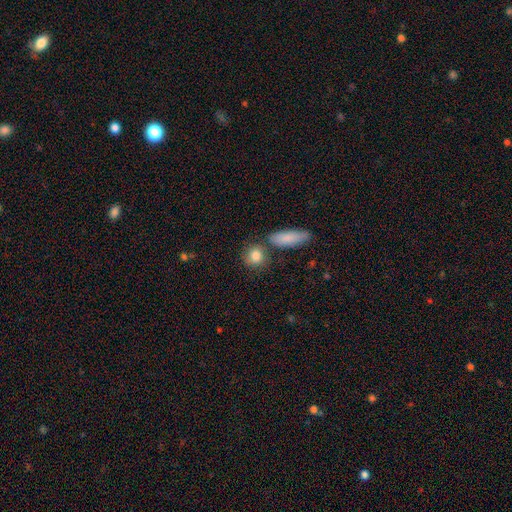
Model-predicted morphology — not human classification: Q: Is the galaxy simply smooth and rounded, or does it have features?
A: smooth — 84%.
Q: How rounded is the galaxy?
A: round — 66%.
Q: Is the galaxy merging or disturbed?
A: none — 69%.